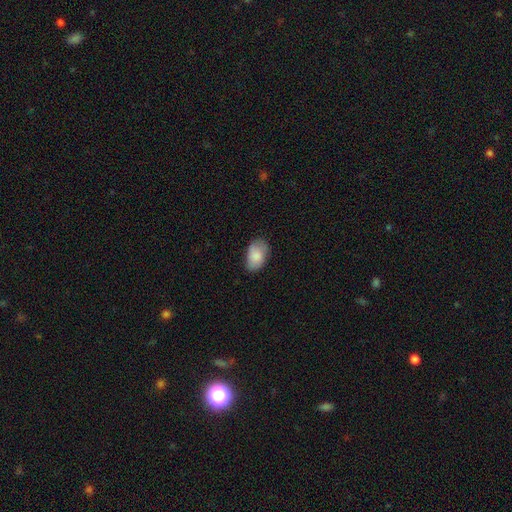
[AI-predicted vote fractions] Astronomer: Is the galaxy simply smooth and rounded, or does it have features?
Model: smooth — 84%.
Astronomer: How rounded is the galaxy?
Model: in between — 90%.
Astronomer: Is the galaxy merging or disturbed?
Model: none — 69%.